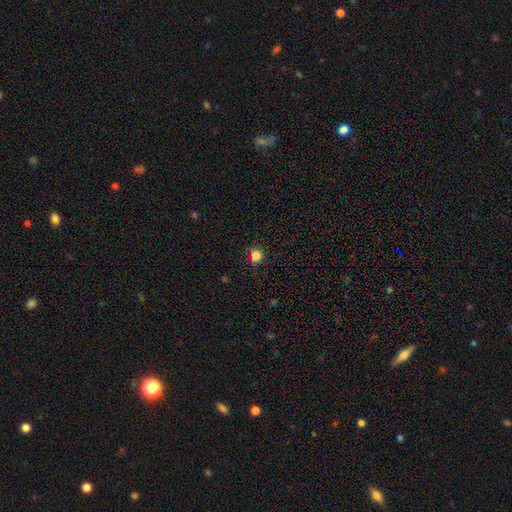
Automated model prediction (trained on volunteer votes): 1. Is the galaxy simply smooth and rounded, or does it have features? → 82% smooth, 13% star or artifact, 5% featured or disk.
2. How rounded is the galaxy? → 86% round, 13% in between, 1% cigar-shaped.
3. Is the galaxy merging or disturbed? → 83% none, 13% minor disturbance, 3% major disturbance, 2% merger.